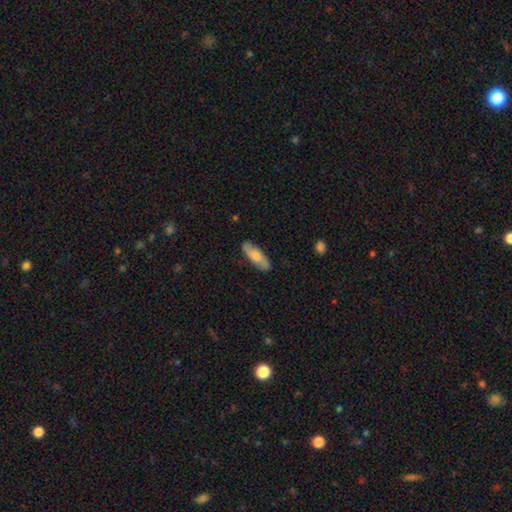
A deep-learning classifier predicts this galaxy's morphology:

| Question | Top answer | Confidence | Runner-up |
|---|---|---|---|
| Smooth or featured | smooth | 65% | featured or disk (29%) |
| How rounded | in between | 59% | cigar-shaped (39%) |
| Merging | none | 85% | minor disturbance (12%) |